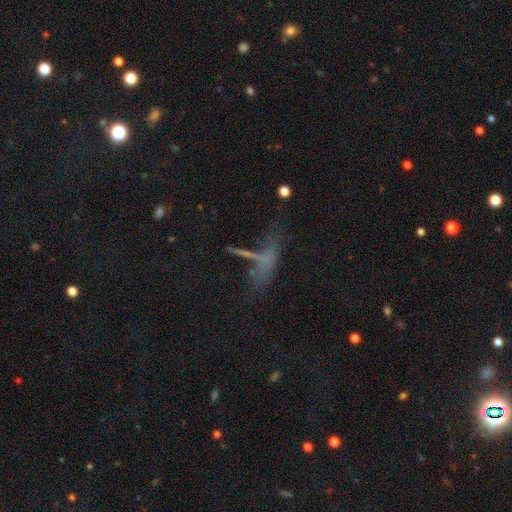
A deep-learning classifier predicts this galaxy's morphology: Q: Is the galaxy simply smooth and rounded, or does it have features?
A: smooth — 42%.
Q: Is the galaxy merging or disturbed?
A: none — 40%.